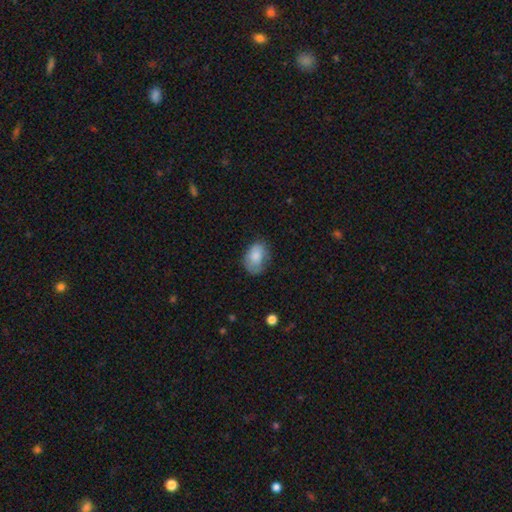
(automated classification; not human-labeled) Smooth or featured?
  - smooth: 80% *
  - featured or disk: 13%
  - star or artifact: 7%
How rounded?
  - in between: 82% *
  - round: 16%
  - cigar-shaped: 1%
Merging?
  - none: 57% *
  - minor disturbance: 31%
  - major disturbance: 11%
  - merger: 2%